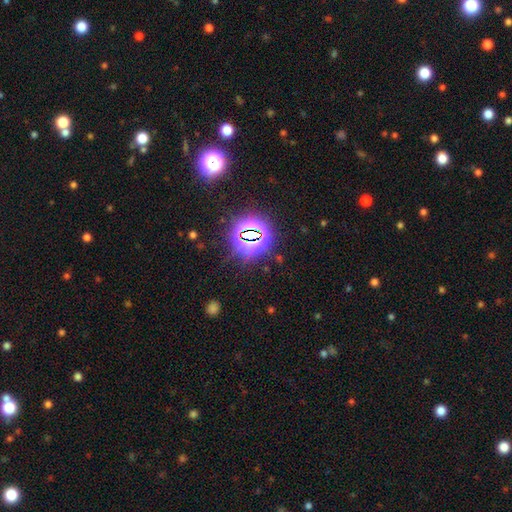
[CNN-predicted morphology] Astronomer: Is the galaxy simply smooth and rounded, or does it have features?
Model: star or artifact — 77%.